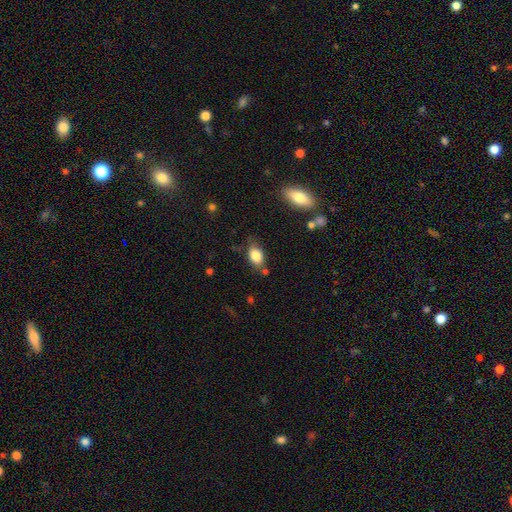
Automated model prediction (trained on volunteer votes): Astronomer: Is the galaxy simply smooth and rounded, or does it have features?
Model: smooth — 84%.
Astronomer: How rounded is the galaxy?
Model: in between — 83%.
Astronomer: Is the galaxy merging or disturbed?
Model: none — 70%.